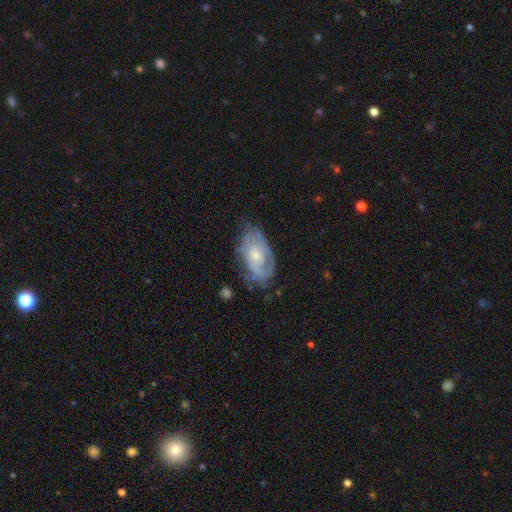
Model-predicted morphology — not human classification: smooth_or_featured: featured or disk (p=0.70) [alt: smooth p=0.24]
disk_edge_on: no (p=0.95) [alt: yes p=0.05]
bar: no (p=0.70) [alt: weak p=0.26]
has_spiral_arms: yes (p=0.78) [alt: no p=0.22]
spiral_winding: tight (p=0.58) [alt: medium p=0.31]
spiral_arm_count: can't tell (p=0.43) [alt: 2 p=0.35]
bulge_size: small (p=0.48) [alt: moderate p=0.44]
merging: none (p=0.58) [alt: minor disturbance p=0.28]